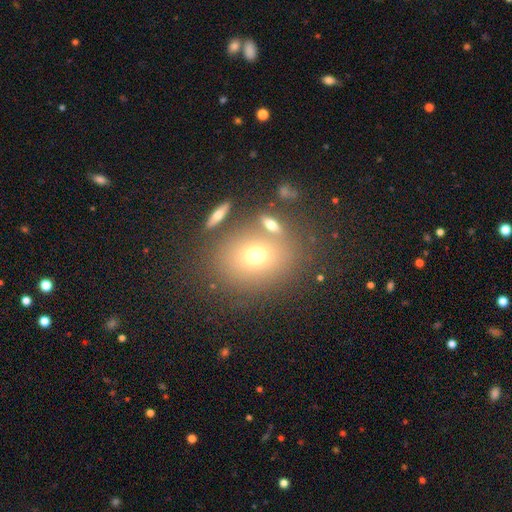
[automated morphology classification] This appears to be a smooth galaxy with no disk features (66%) that is round (54%). Merging: none (71%).